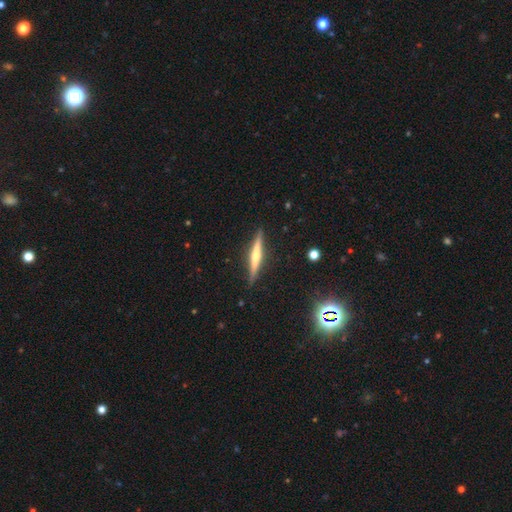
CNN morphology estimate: smooth_or_featured: featured or disk (p=0.68) [alt: smooth p=0.26]
disk_edge_on: yes (p=0.97) [alt: no p=0.03]
edge_on_bulge: rounded (p=0.74) [alt: none p=0.19]
merging: none (p=0.89) [alt: minor disturbance p=0.08]